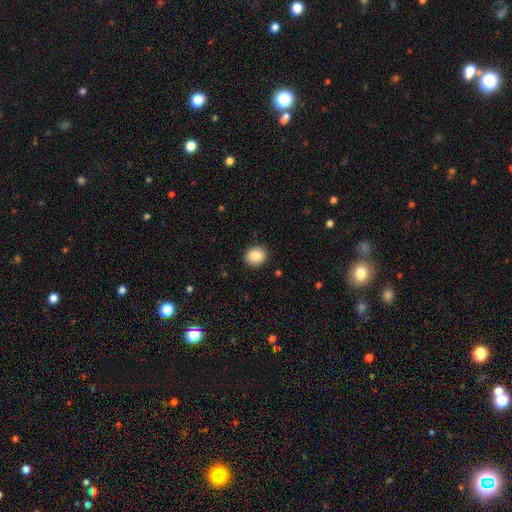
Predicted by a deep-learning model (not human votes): Overall: smooth (85%). How rounded: round (71%). Merging: none (90%).